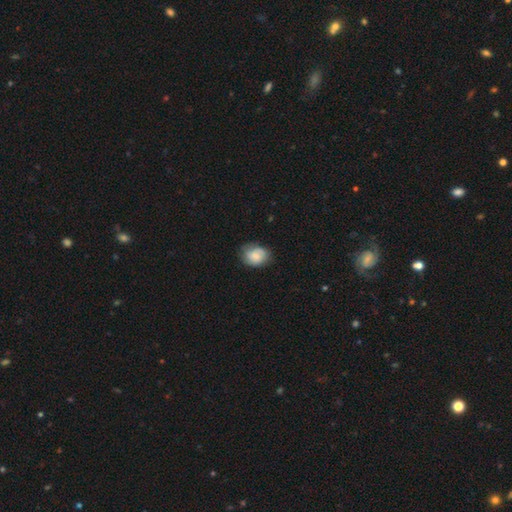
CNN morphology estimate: A smooth galaxy with no disk features (74%) that is in between round and cigar-shaped (59%). Merging: none (66%).